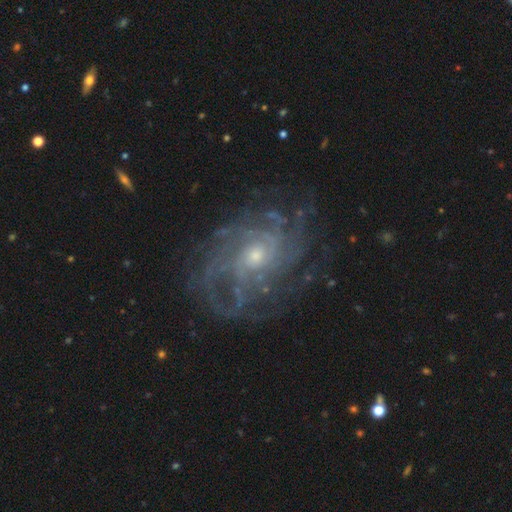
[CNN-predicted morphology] Overall: featured or disk (88%). Edge-on disk: no (97%). Bar: no (76%). Spiral arms: yes (96%). Spiral arm count: can't tell (29%; 4 21%). Spiral winding: tight (59%; medium 32%). Bulge size: small (59%; moderate 36%). Merging: none (71%).